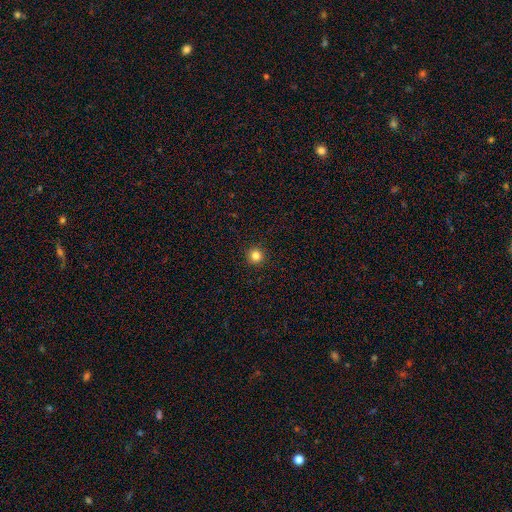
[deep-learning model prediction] Morphology: type=smooth (83%); roundness=round (96%); merging=none (94%).